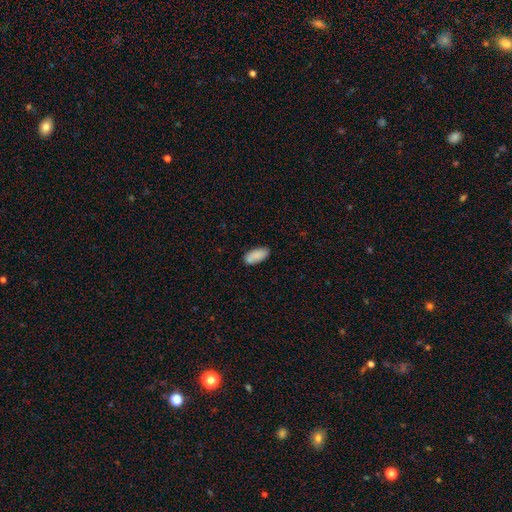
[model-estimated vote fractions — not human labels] A smooth galaxy with no disk features (86%) that is in between round and cigar-shaped (91%). Merging: none (77%).